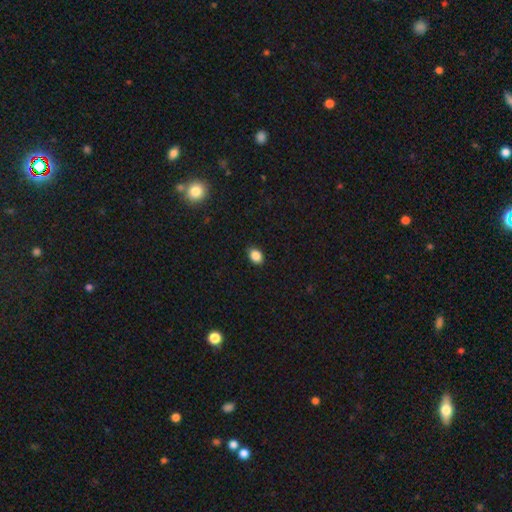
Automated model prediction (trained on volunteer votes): Smooth or featured: smooth — 88% (star or artifact — 9%)
How rounded: in between — 76% (round — 23%)
Merging: none — 87% (minor disturbance — 10%)